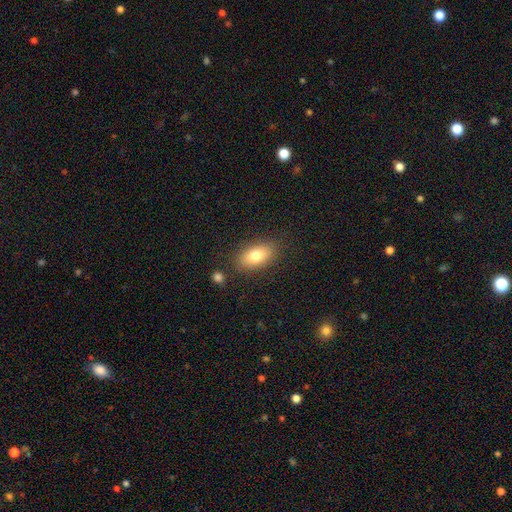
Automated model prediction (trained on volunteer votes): Smooth or featured? smooth (78%)
How rounded? in between (89%)
Merging? none (83%)